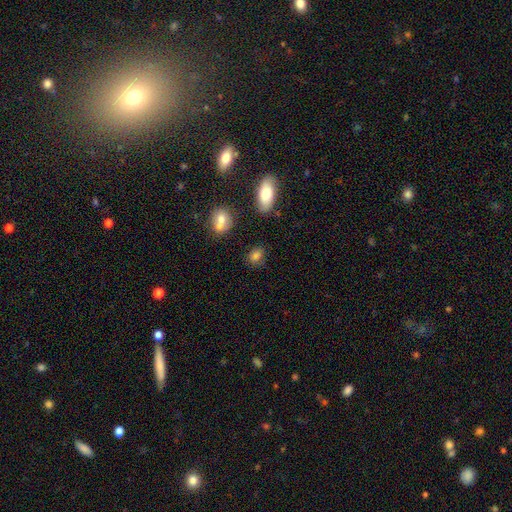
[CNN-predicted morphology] smooth-or-featured: smooth: 81% | star or artifact: 11% | featured or disk: 8%
  how-rounded: in between: 65% | round: 33% | cigar-shaped: 2%
  merging: none: 77% | minor disturbance: 13% | merger: 6% | major disturbance: 4%